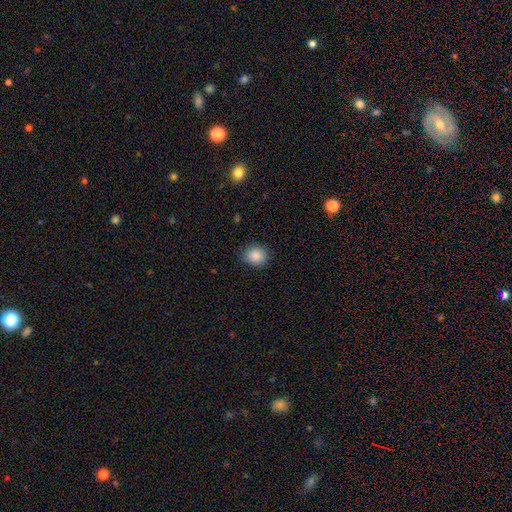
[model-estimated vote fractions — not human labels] This is clearly a smooth galaxy (87%). How rounded: likely round (74%). Merging: clearly none (87%).